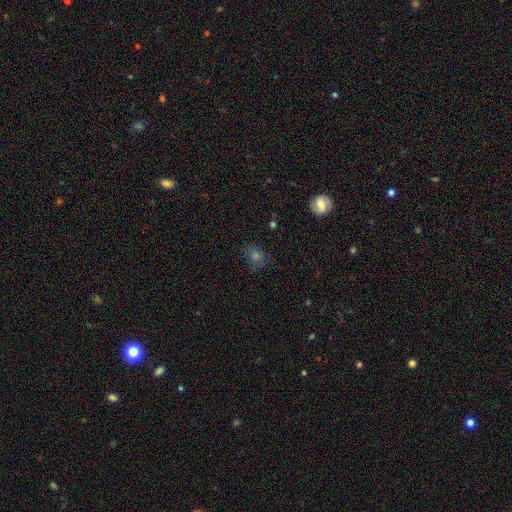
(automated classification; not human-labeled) The model was most divided on "smooth or featured": smooth: 60%, star or artifact: 25%, featured or disk: 15%. More confident: merging — none (81%); how rounded — round (67%).